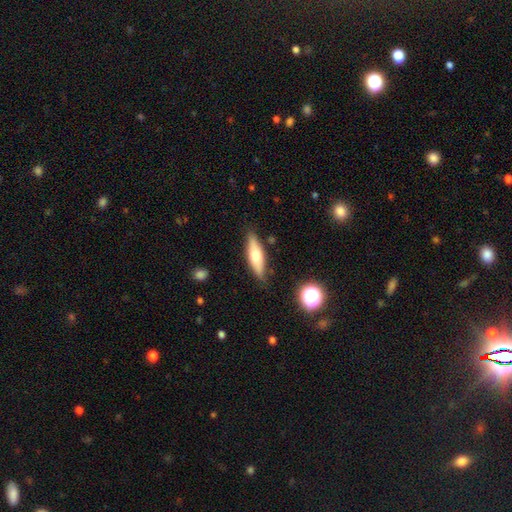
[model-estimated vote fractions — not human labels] The model was most divided on "how rounded": cigar-shaped: 57%, in between: 40%, round: 2%. More confident: merging — none (83%); smooth or featured — smooth (57%).